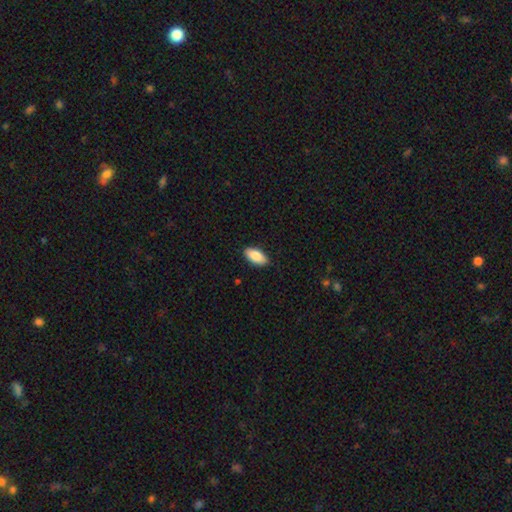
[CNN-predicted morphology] Smooth or featured? Predicted: smooth (p=0.86). How rounded? Predicted: in between (p=0.91). Merging? Predicted: none (p=0.87).